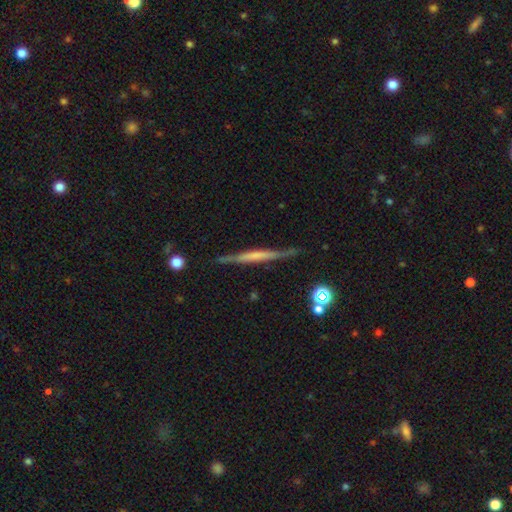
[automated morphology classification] Smooth or featured? Predicted: featured or disk (p=0.59). Edge-on disk? Predicted: yes (p=0.95). Edge-on bulge? Predicted: none (p=0.63). Merging? Predicted: none (p=0.79).